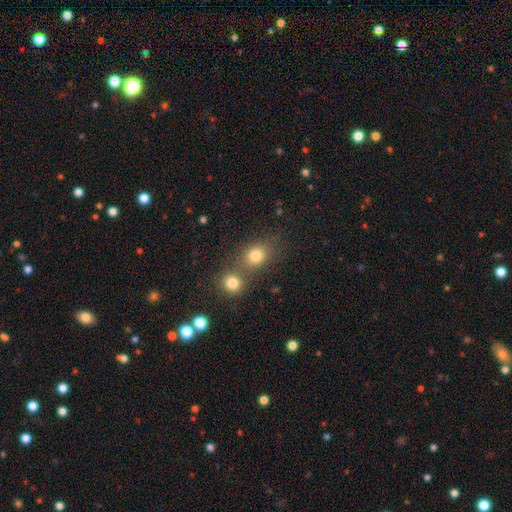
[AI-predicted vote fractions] Morphology: type=smooth (79%); roundness=round (63%); merging=none (52%).